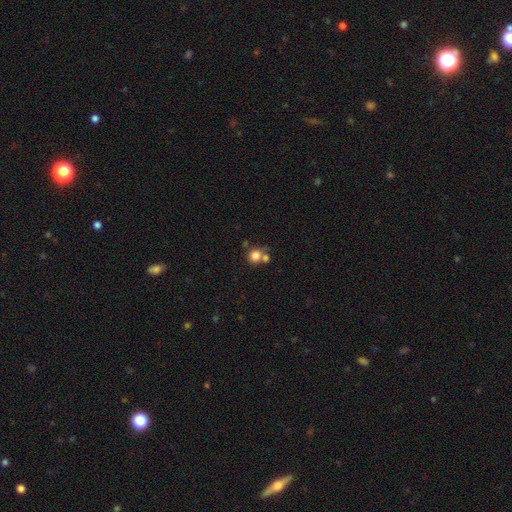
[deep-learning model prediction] This appears to be a smooth galaxy with no disk features (80%) that is round (83%). Merging: none (47%).